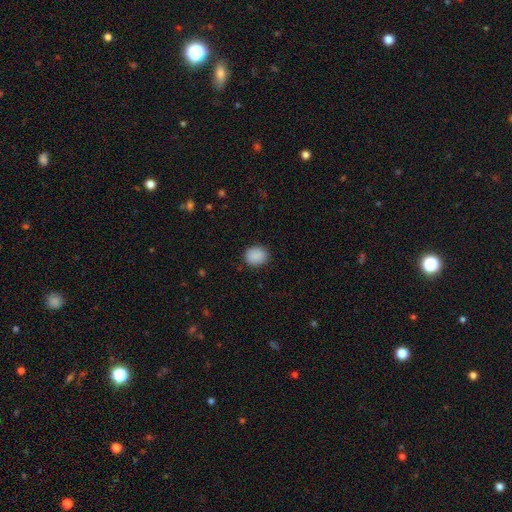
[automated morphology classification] Smooth or featured? Predicted: smooth (p=0.89). How rounded? Predicted: round (p=0.65). Merging? Predicted: none (p=0.89).